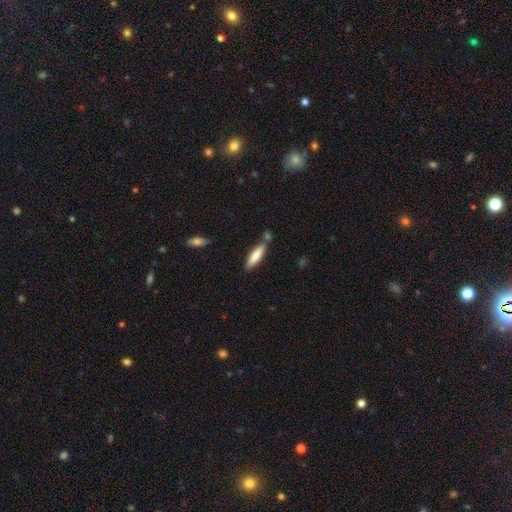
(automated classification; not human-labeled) A smooth galaxy with no disk features (76%) that is cigar-shaped (71%).

Vote fractions:
- Smooth or featured? smooth: 76% / featured or disk: 18% / star or artifact: 6%
- How rounded? cigar-shaped: 71% / in between: 28% / round: 1%
- Merging? none: 71% / minor disturbance: 14% / merger: 11% / major disturbance: 3%